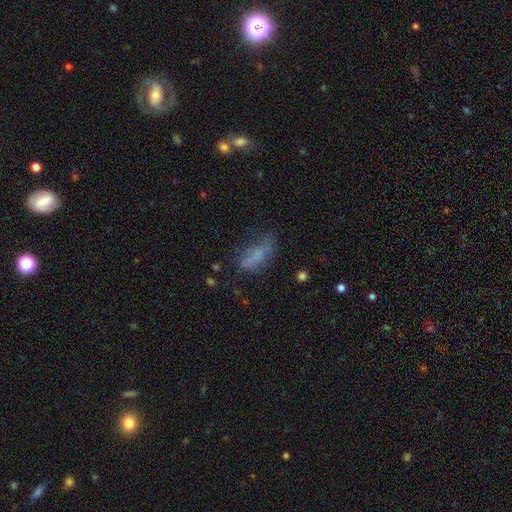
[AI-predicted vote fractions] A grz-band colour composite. It shows a smooth galaxy with no disk features (59%) that is in between round and cigar-shaped (65%). Merging: none (38%).